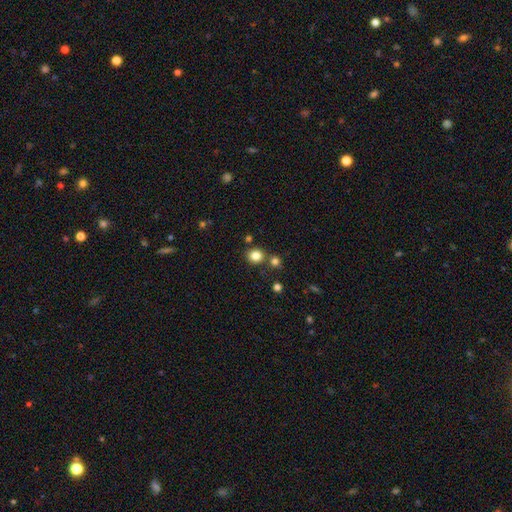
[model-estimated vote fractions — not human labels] smooth 83%, star or artifact 13%, featured or disk 5%. Down the decision tree: how rounded — round (84%); merging — none (77%).